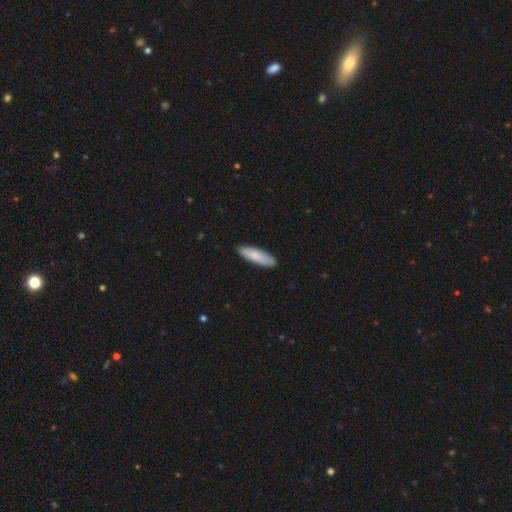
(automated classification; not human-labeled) Morphology: type=smooth (82%); roundness=cigar-shaped (61%); merging=none (87%).